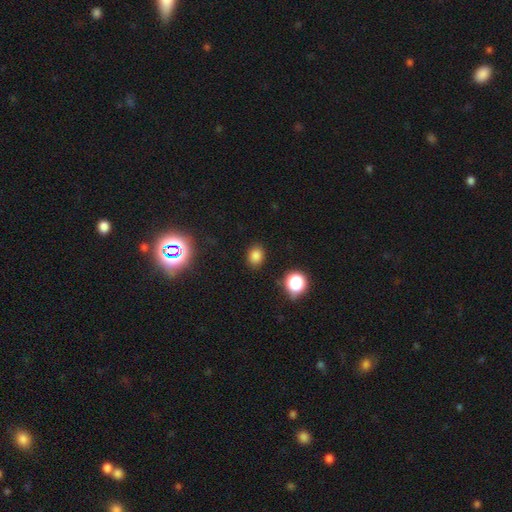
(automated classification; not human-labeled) smooth-or-featured: smooth: 79% | star or artifact: 16% | featured or disk: 5%
  how-rounded: in between: 52% | round: 47% | cigar-shaped: 1%
  merging: none: 86% | minor disturbance: 9% | major disturbance: 3% | merger: 2%